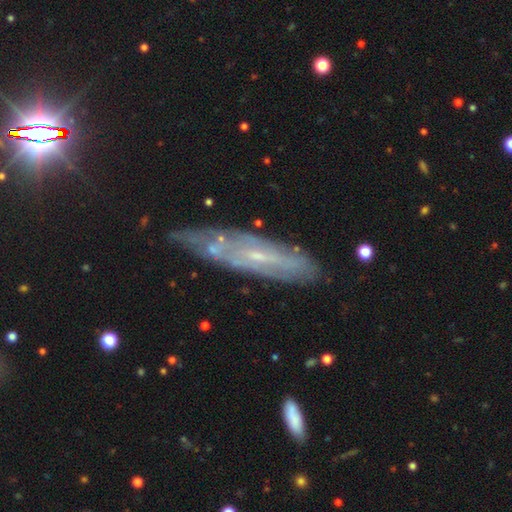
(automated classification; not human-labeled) Smooth or featured? featured or disk (72%)
Edge-on disk? no (63%)
Merging? none (69%)